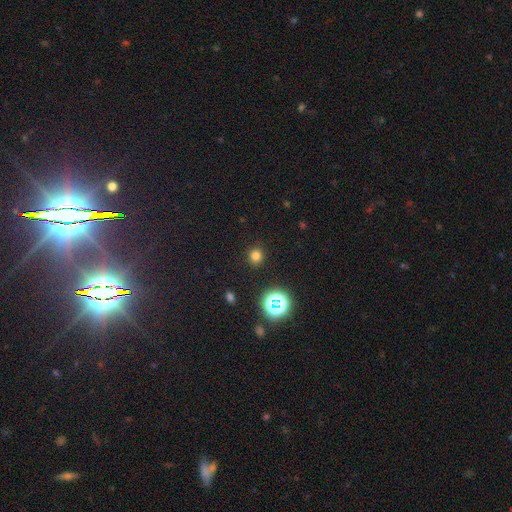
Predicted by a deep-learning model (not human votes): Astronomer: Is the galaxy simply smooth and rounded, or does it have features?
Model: smooth — 74%.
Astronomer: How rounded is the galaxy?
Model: round — 88%.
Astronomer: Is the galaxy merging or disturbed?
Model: none — 89%.